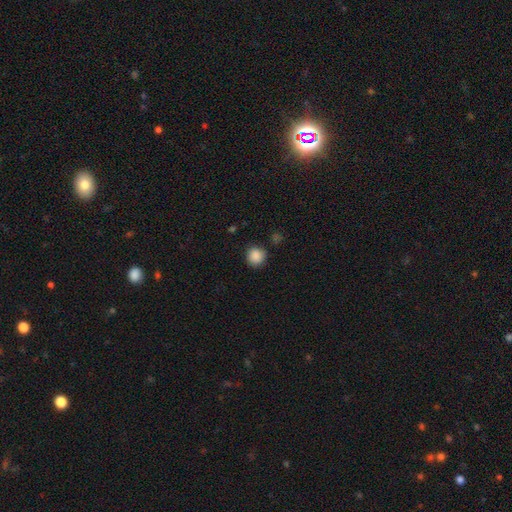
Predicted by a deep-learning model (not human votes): The model was most divided on "merging": none: 84%, minor disturbance: 10%, major disturbance: 3%, merger: 3%. More confident: how rounded — round (89%); smooth or featured — smooth (87%).